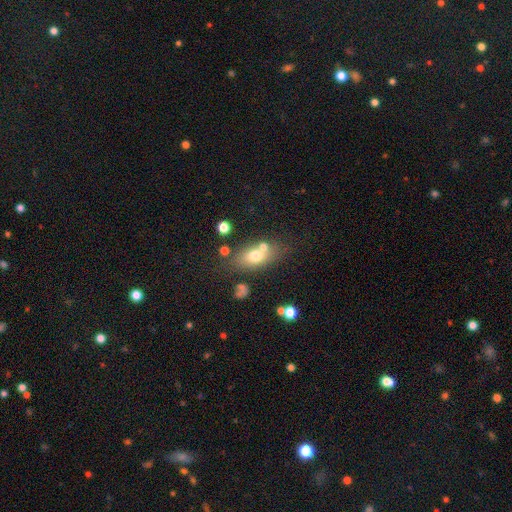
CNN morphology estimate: Q: Smooth or featured?
A: smooth (68%); runner-up: featured or disk (21%)
Q: How rounded?
A: in between (76%); runner-up: round (17%)
Q: Merging?
A: none (59%); runner-up: merger (20%)